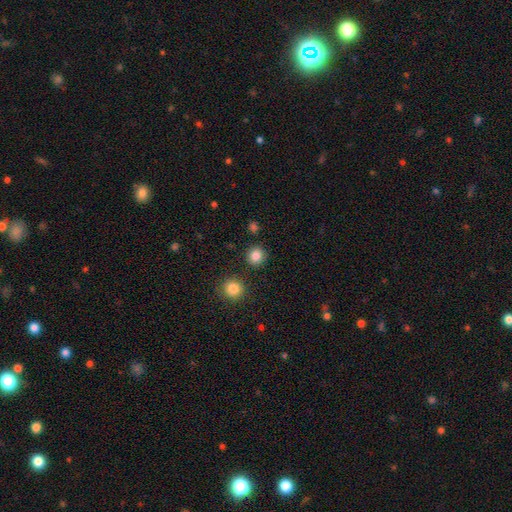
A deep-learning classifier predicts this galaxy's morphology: type=smooth (85%); roundness=round (88%); merging=none (87%).